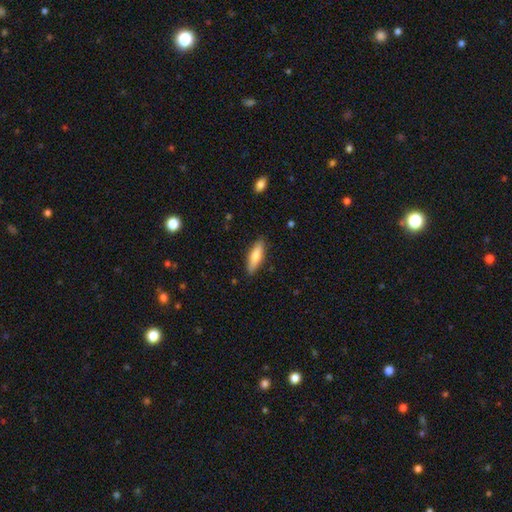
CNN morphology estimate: Smooth or featured?
  - smooth: 71% *
  - featured or disk: 23%
  - star or artifact: 6%
How rounded?
  - cigar-shaped: 56% *
  - in between: 42%
  - round: 2%
Merging?
  - none: 87% *
  - minor disturbance: 10%
  - major disturbance: 2%
  - merger: 1%